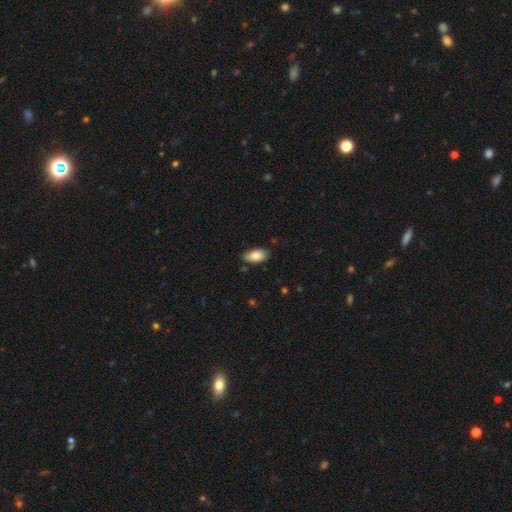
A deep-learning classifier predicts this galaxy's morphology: This is clearly a smooth galaxy (85%). How rounded: clearly in between (93%). Merging: clearly none (80%).